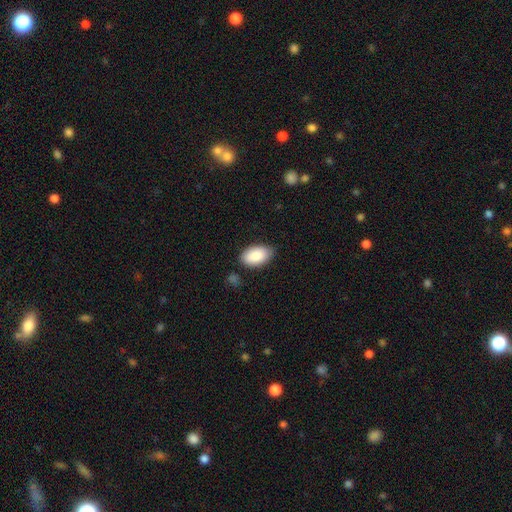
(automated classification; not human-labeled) Q: Smooth or featured?
A: smooth (87%); runner-up: featured or disk (7%)
Q: How rounded?
A: in between (94%); runner-up: round (4%)
Q: Merging?
A: none (79%); runner-up: minor disturbance (16%)